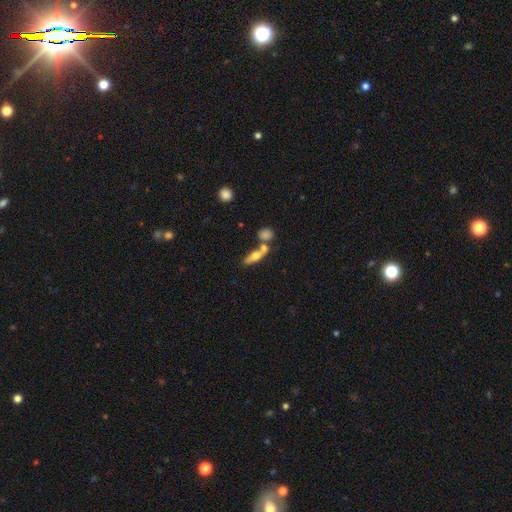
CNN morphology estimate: smooth-or-featured: smooth: 53% | featured or disk: 40% | star or artifact: 8%
  how-rounded: cigar-shaped: 49% | in between: 45% | round: 7%
  merging: none: 48% | merger: 36% | minor disturbance: 11% | major disturbance: 5%